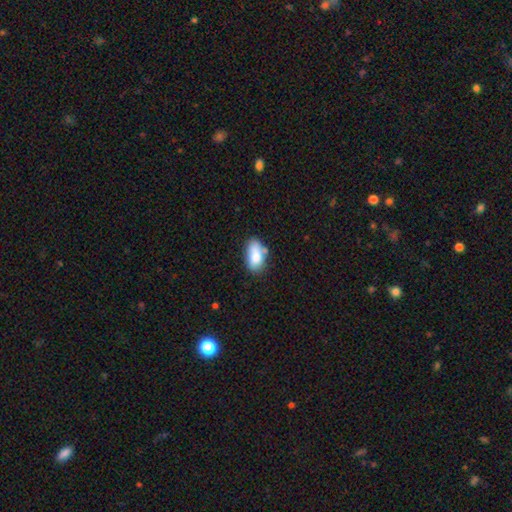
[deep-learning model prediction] Smooth or featured? smooth (81%)
How rounded? in between (90%)
Merging? none (58%)